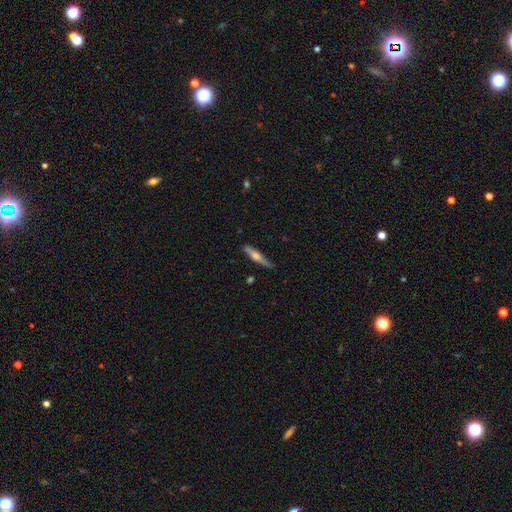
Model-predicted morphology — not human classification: Smooth or featured? featured or disk (48%)
Merging? none (81%)